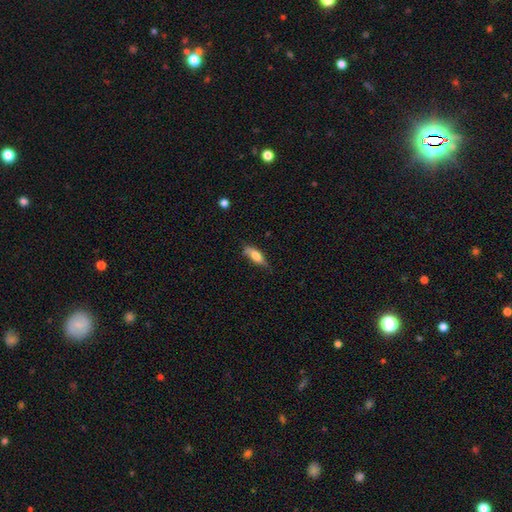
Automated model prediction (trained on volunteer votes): Smooth or featured: smooth — 70% (featured or disk — 23%)
How rounded: in between — 56% (cigar-shaped — 42%)
Merging: none — 60% (minor disturbance — 31%)